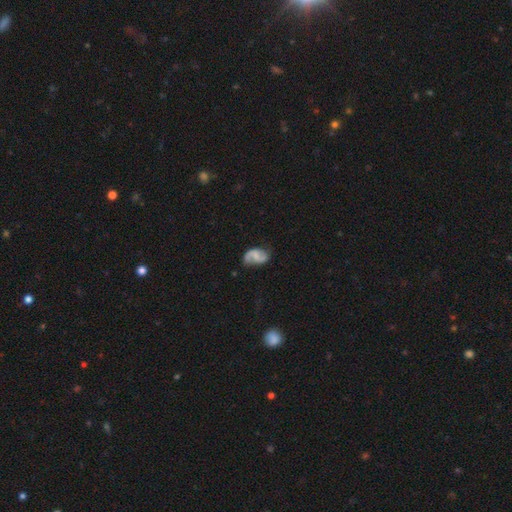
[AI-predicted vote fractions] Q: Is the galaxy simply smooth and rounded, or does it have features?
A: featured or disk — 67%.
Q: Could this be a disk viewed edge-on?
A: no — 98%.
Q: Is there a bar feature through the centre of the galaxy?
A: weak — 45%.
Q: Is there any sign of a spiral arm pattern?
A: yes — 92%.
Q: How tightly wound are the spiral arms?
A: loose — 45%.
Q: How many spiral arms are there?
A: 2 — 86%.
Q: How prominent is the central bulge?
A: none — 43%.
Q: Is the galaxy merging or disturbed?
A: none — 66%.